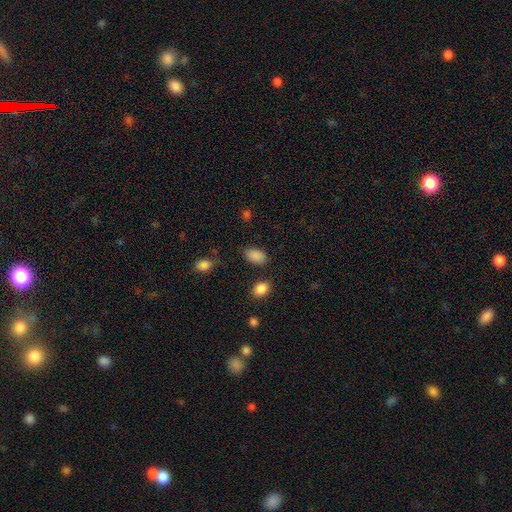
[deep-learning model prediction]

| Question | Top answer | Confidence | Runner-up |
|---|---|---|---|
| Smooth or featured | smooth | 88% | star or artifact (9%) |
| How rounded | in between | 91% | round (8%) |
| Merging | none | 81% | minor disturbance (12%) |